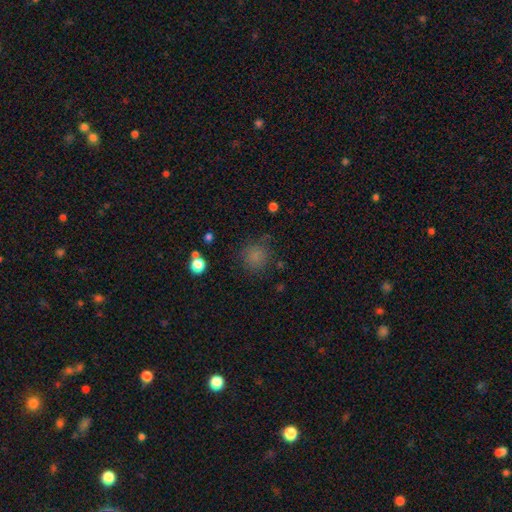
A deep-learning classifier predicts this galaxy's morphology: Overall: smooth (80%). How rounded: round (90%). Merging: none (79%).